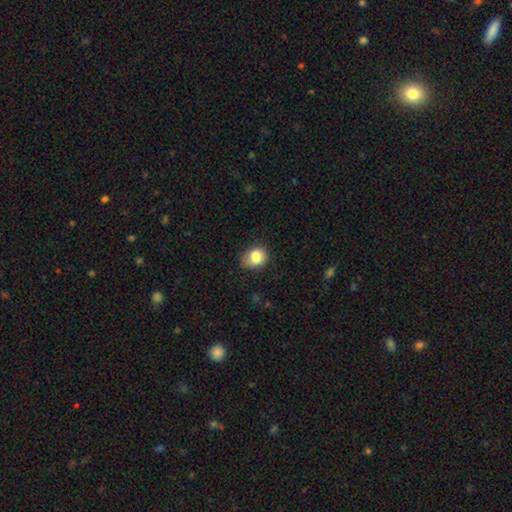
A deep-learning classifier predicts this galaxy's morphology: A smooth galaxy with no disk features (80%) that is round (58%).

Vote fractions:
- Smooth or featured? smooth: 80% / featured or disk: 11% / star or artifact: 9%
- How rounded? round: 58% / in between: 41% / cigar-shaped: 1%
- Merging? none: 52% / minor disturbance: 32% / major disturbance: 12% / merger: 4%